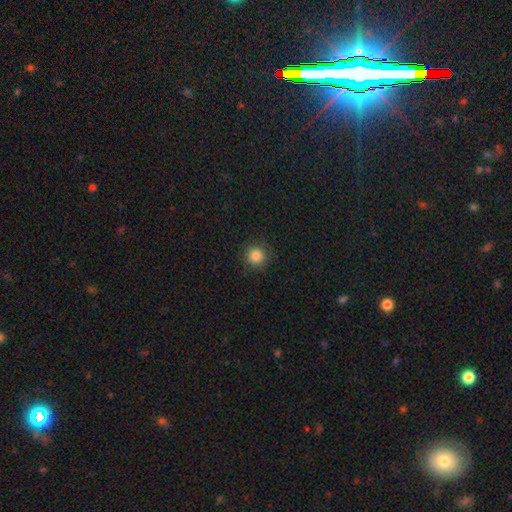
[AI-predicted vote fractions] Smooth or featured: smooth — 85% (star or artifact — 11%)
How rounded: round — 94% (in between — 5%)
Merging: none — 89% (minor disturbance — 8%)